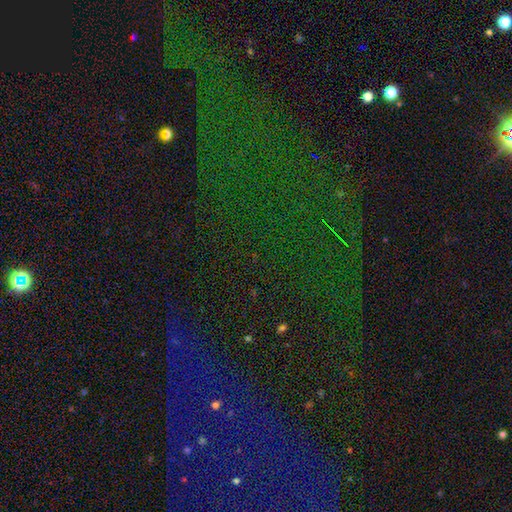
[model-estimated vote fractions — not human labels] Smooth or featured? Predicted: star or artifact (p=0.79).